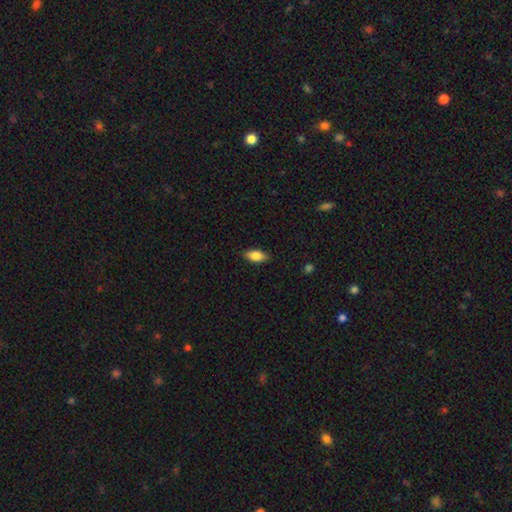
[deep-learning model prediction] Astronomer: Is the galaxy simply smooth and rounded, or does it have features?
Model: smooth — 82%.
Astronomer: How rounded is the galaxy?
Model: in between — 87%.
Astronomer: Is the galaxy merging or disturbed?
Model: none — 86%.